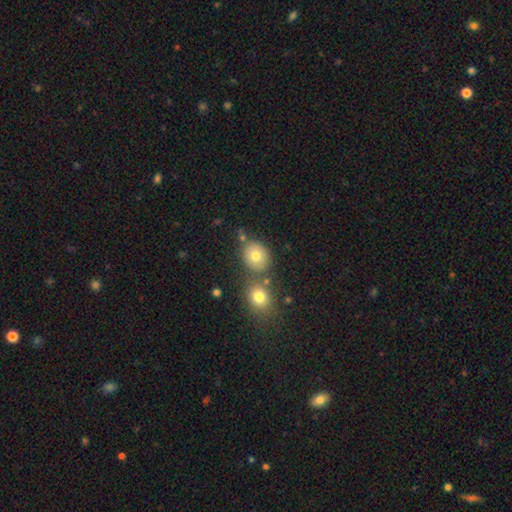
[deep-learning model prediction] This is likely a smooth galaxy (74%). How rounded: possibly round (58%). Merging: likely none (65%).